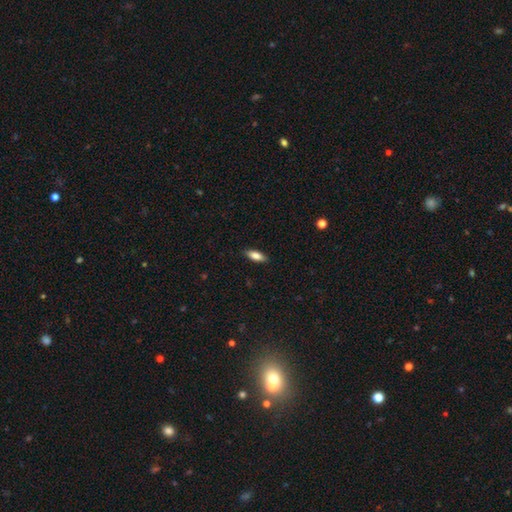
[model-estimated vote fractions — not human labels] Smooth or featured?
  - smooth: 81% *
  - featured or disk: 12%
  - star or artifact: 7%
How rounded?
  - in between: 71% *
  - cigar-shaped: 27%
  - round: 2%
Merging?
  - none: 88% *
  - minor disturbance: 9%
  - major disturbance: 2%
  - merger: 1%